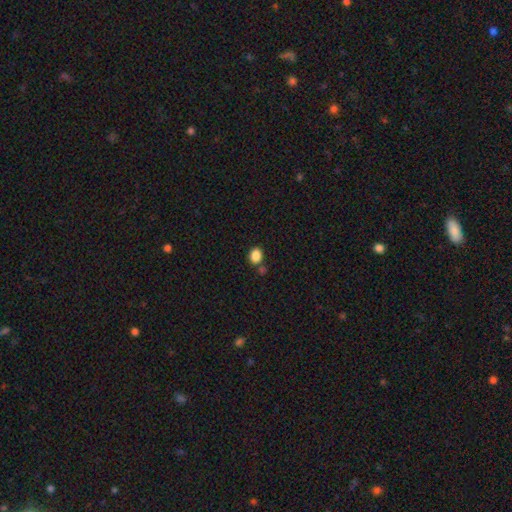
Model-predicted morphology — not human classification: This appears to be a smooth galaxy with no disk features (87%) that is in between round and cigar-shaped (61%). Merging: none (68%).